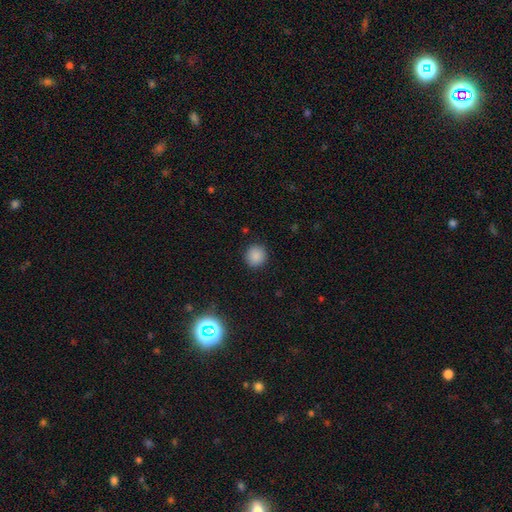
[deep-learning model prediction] Smooth or featured?
  - smooth: 86% *
  - star or artifact: 11%
  - featured or disk: 3%
How rounded?
  - round: 92% *
  - in between: 7%
  - cigar-shaped: 1%
Merging?
  - none: 91% *
  - minor disturbance: 6%
  - major disturbance: 2%
  - merger: 1%